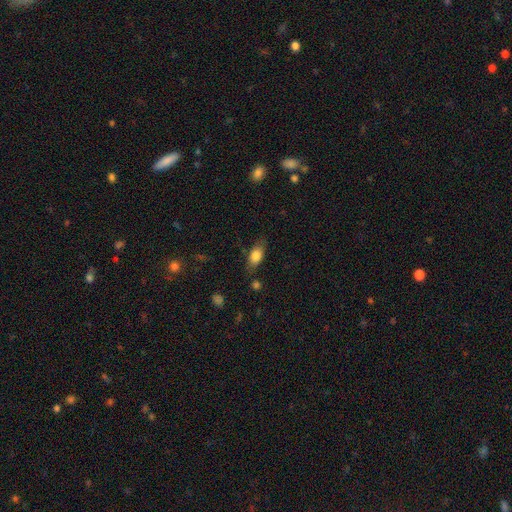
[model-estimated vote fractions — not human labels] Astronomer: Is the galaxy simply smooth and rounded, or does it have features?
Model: smooth — 78%.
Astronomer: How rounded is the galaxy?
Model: in between — 84%.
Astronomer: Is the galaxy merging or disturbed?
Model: none — 72%.